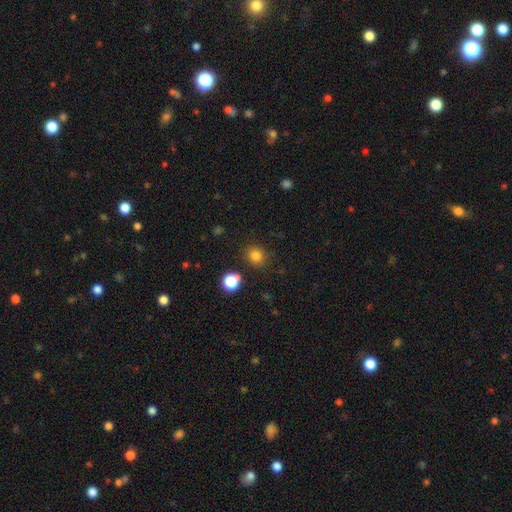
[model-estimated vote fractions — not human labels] This is clearly a smooth galaxy (81%). How rounded: clearly round (84%). Merging: clearly none (85%).